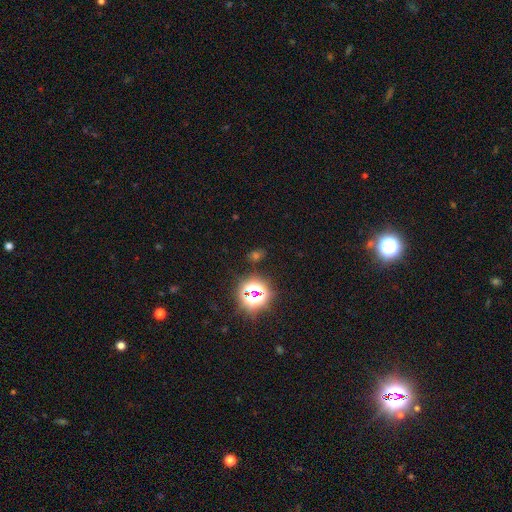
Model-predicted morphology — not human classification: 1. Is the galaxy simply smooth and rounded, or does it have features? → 61% star or artifact, 31% smooth, 8% featured or disk.